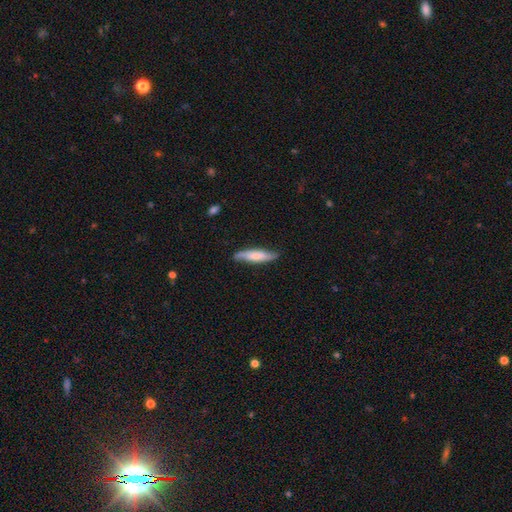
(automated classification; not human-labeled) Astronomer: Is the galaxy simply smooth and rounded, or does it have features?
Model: smooth — 57% (runner-up: featured or disk, 38%).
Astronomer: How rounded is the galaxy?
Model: cigar-shaped — 74%.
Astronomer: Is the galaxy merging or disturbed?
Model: none — 77%.